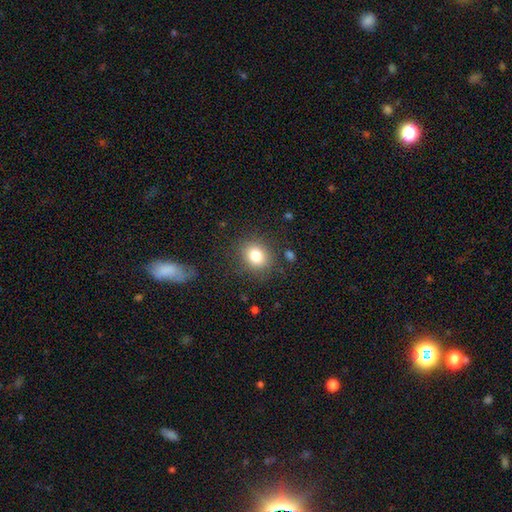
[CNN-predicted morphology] Smooth or featured: smooth — 81% (star or artifact — 11%)
How rounded: round — 66% (in between — 34%)
Merging: none — 83% (minor disturbance — 10%)